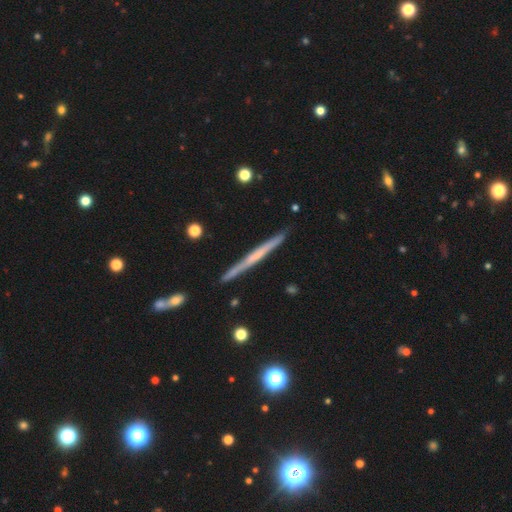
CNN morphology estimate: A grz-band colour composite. It shows a featured or disk galaxy (62%) viewed edge-on (98%) with no central bulge (71%). Merging: none (91%).